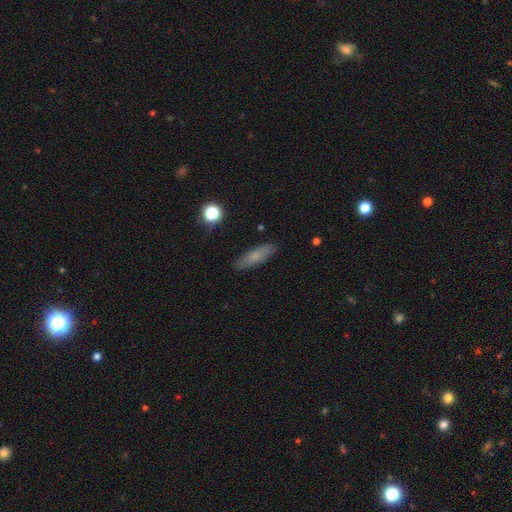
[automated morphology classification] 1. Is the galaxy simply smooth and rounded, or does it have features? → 73% smooth, 19% featured or disk, 9% star or artifact.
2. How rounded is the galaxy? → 61% cigar-shaped, 37% in between, 3% round.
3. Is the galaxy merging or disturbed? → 87% none, 10% minor disturbance, 2% major disturbance, 1% merger.